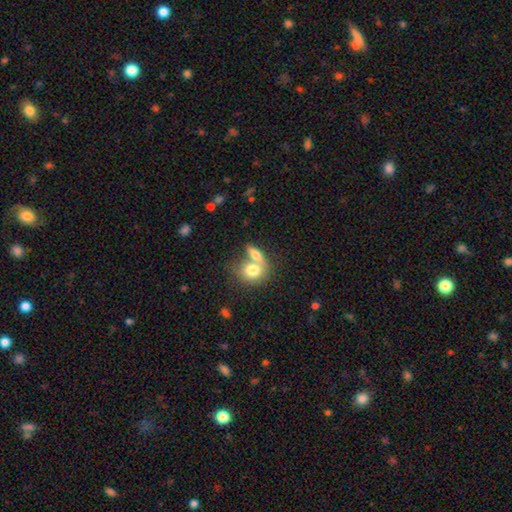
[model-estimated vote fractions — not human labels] smooth 60%, star or artifact 27%, featured or disk 13%. Down the decision tree: how rounded — round (80%); merging — none (51%).